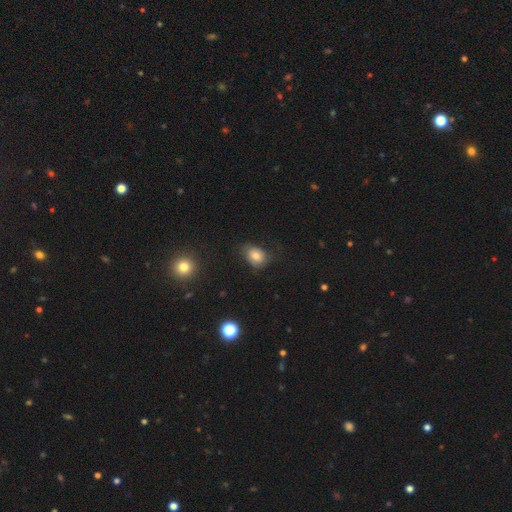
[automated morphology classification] Smooth or featured?
  - smooth: 68% *
  - featured or disk: 20%
  - star or artifact: 12%
How rounded?
  - in between: 57% *
  - round: 42%
  - cigar-shaped: 1%
Merging?
  - none: 58% *
  - minor disturbance: 26%
  - major disturbance: 15%
  - merger: 2%